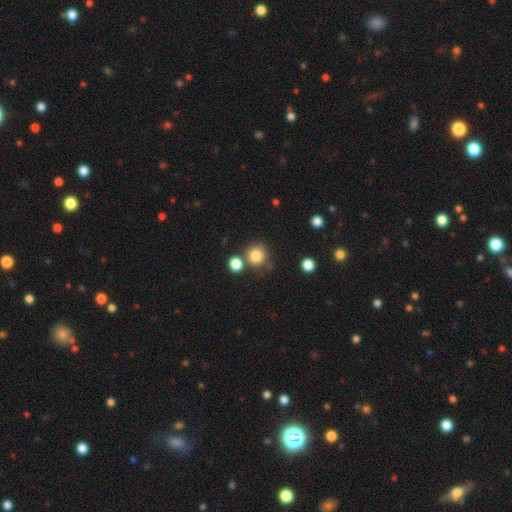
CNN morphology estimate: smooth-or-featured: smooth: 82% | star or artifact: 11% | featured or disk: 7%
  how-rounded: round: 90% | in between: 9% | cigar-shaped: 1%
  merging: none: 68% | merger: 15% | minor disturbance: 12% | major disturbance: 4%